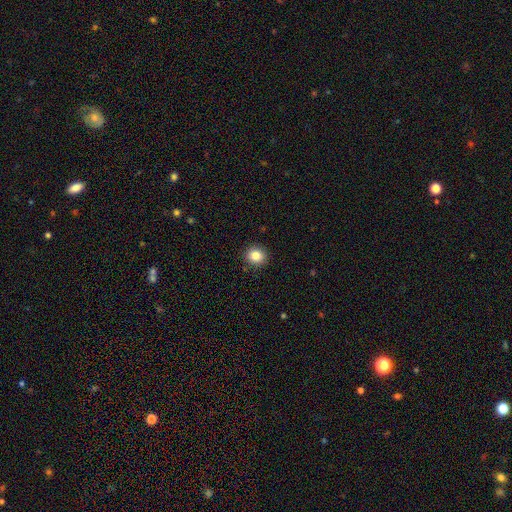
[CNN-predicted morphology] Overall: smooth (84%). How rounded: round (85%). Merging: none (91%).